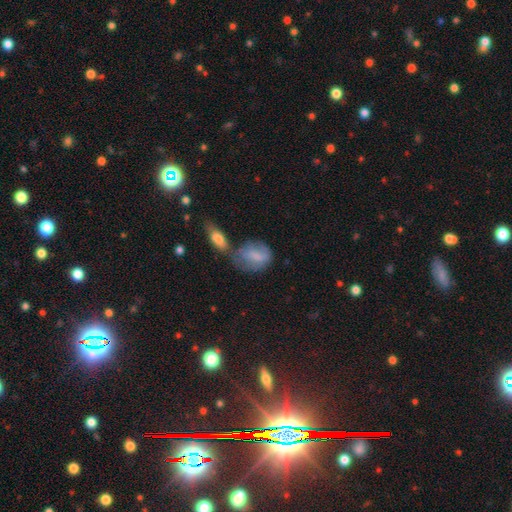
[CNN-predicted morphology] smooth-or-featured: smooth: 71% | featured or disk: 21% | star or artifact: 8%
  how-rounded: in between: 70% | round: 27% | cigar-shaped: 3%
  merging: none: 32% | merger: 30% | minor disturbance: 23% | major disturbance: 14%